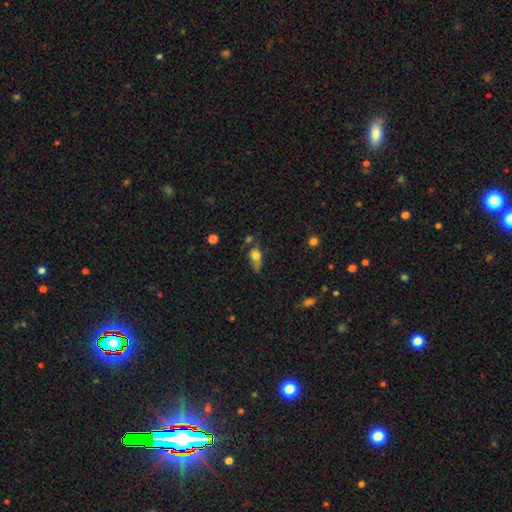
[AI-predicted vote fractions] smooth_or_featured: smooth (p=0.67) [alt: featured or disk p=0.20]
how_rounded: in between (p=0.68) [alt: round p=0.17]
merging: none (p=0.33) [alt: minor disturbance p=0.31]